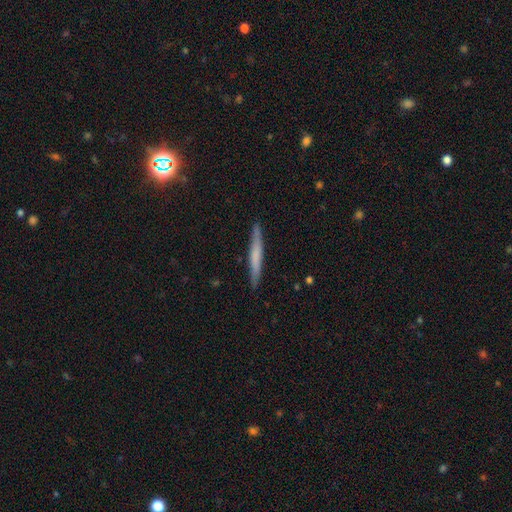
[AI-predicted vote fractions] This appears to be a smooth galaxy with no disk features (53%) that is cigar-shaped (96%). Merging: none (90%).